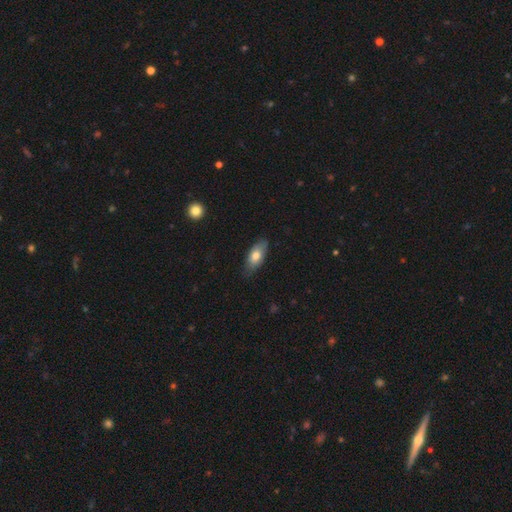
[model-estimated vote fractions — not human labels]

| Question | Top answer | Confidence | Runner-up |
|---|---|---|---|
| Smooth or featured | smooth | 72% | featured or disk (22%) |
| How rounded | in between | 83% | cigar-shaped (14%) |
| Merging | none | 79% | minor disturbance (17%) |